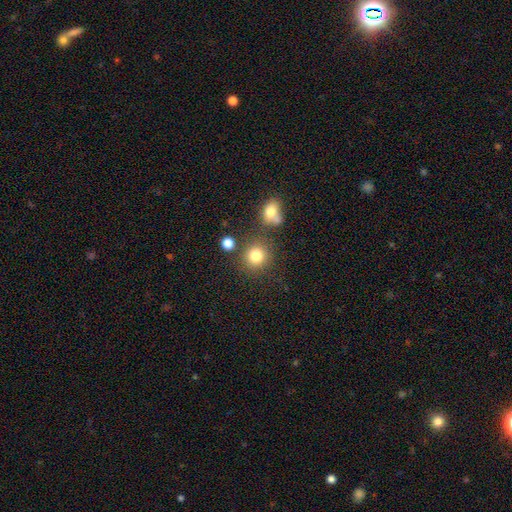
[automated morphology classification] The model was most divided on "merging": none: 75%, merger: 11%, minor disturbance: 10%, major disturbance: 4%. More confident: how rounded — round (86%); smooth or featured — smooth (81%).